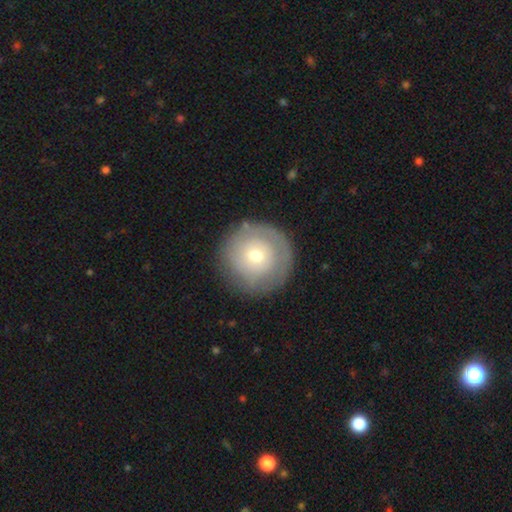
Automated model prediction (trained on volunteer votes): smooth 57%, featured or disk 35%, star or artifact 8%. Down the decision tree: how rounded — round (95%); merging — none (81%).